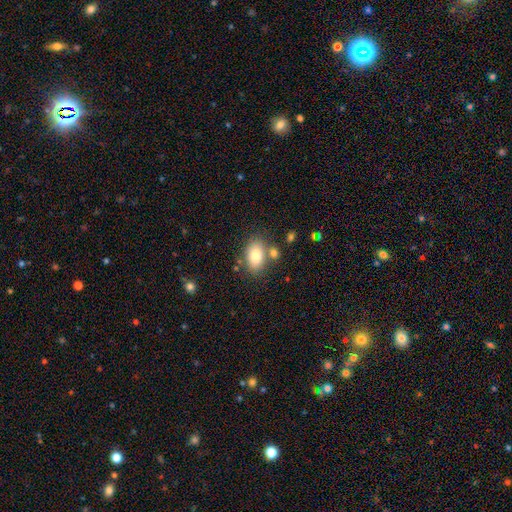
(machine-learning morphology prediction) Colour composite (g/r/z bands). It shows a smooth galaxy with no disk features (82%) that is in between round and cigar-shaped (88%). Merging: none (69%).